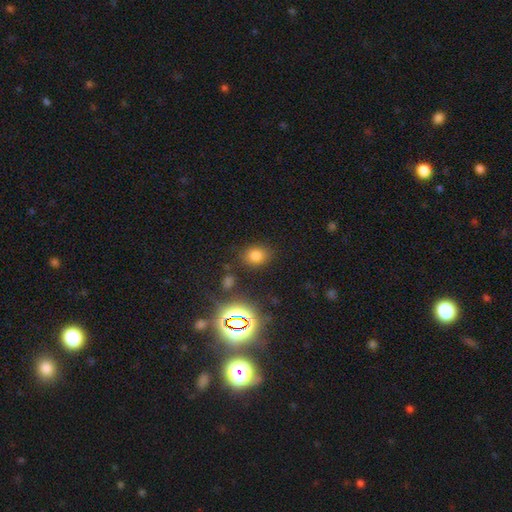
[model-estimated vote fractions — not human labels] Smooth or featured?
  - smooth: 72% *
  - star or artifact: 20%
  - featured or disk: 7%
How rounded?
  - in between: 50% *
  - round: 48%
  - cigar-shaped: 1%
Merging?
  - none: 81% *
  - minor disturbance: 11%
  - major disturbance: 4%
  - merger: 3%